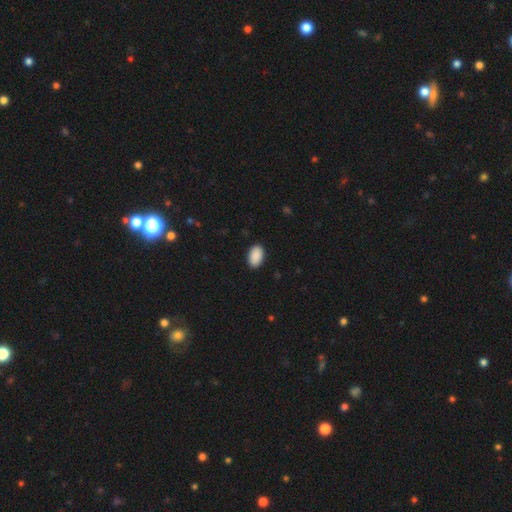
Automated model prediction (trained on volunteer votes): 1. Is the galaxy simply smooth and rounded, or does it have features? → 91% smooth, 6% star or artifact, 2% featured or disk.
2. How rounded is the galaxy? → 93% in between, 6% round, 1% cigar-shaped.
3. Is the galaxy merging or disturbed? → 90% none, 8% minor disturbance, 2% major disturbance, 1% merger.